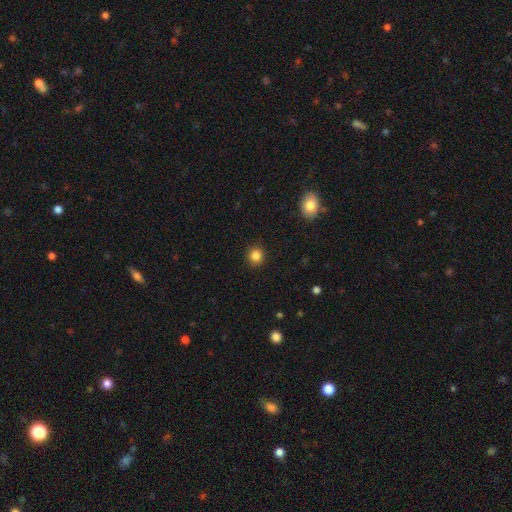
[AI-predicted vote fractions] Morphology: type=smooth (85%); roundness=round (89%); merging=none (91%).